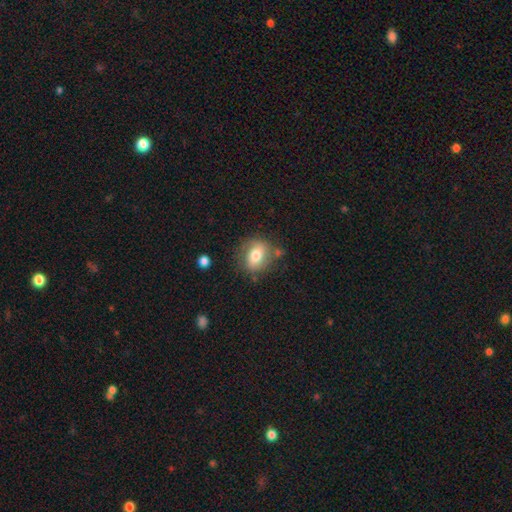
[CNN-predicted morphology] Overall: smooth (69%). How rounded: round (50%; in between 49%). Merging: none (70%).